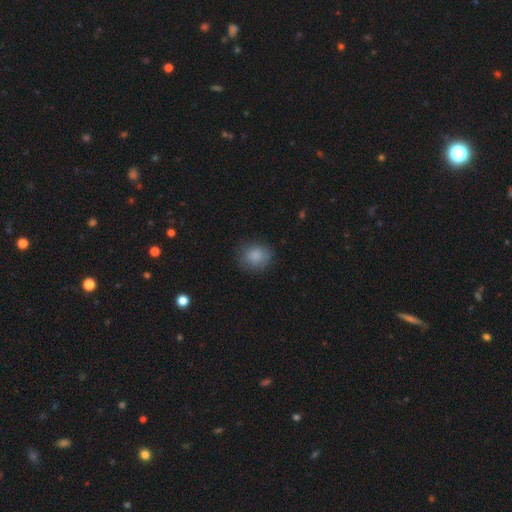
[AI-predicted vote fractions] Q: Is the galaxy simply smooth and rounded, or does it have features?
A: smooth — 85%.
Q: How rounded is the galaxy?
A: round — 72%.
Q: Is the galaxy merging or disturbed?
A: none — 79%.